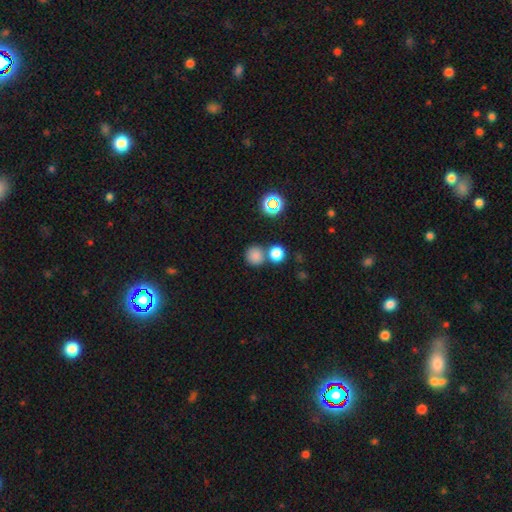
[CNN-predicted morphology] Q: Smooth or featured?
A: smooth (78%); runner-up: star or artifact (15%)
Q: How rounded?
A: round (90%); runner-up: in between (9%)
Q: Merging?
A: none (63%); runner-up: merger (26%)